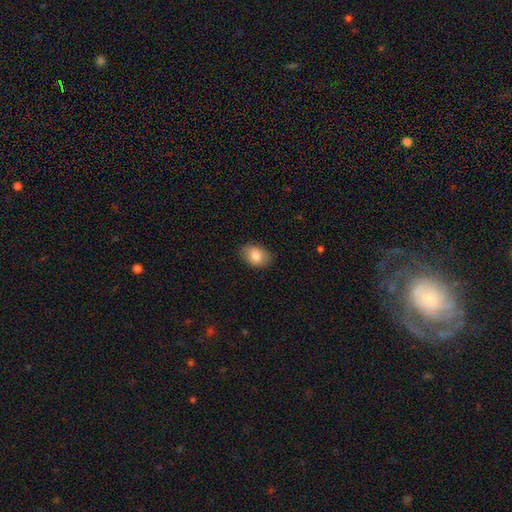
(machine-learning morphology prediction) This appears to be a smooth galaxy with no disk features (81%) that is in between round and cigar-shaped (83%). Merging: none (85%).